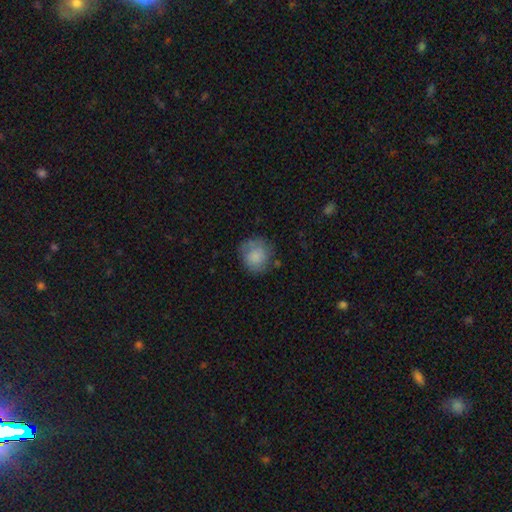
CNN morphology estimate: smooth_or_featured: smooth (p=0.76) [alt: featured or disk p=0.16]
how_rounded: round (p=0.86) [alt: in between p=0.13]
merging: none (p=0.67) [alt: minor disturbance p=0.22]